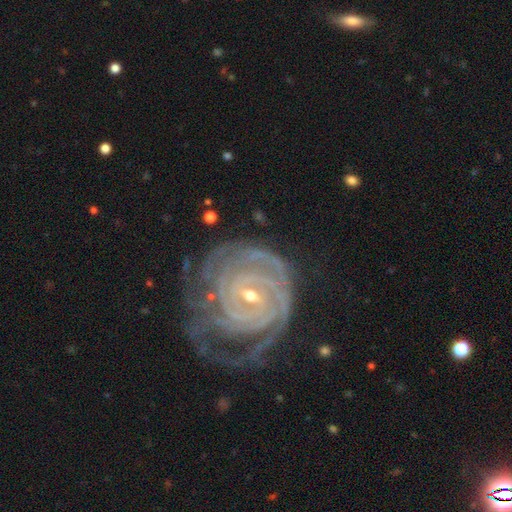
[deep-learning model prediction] This is clearly a featured or disk galaxy (90%). It is clearly not viewed edge-on (97%). Bar: marginally weak (41%). Spiral arm pattern: clearly yes (98%). Spiral arm count: marginally can't tell (23%). Spiral winding: clearly tight (87%). Central bulge: likely small (64%). Merging: likely none (62%).